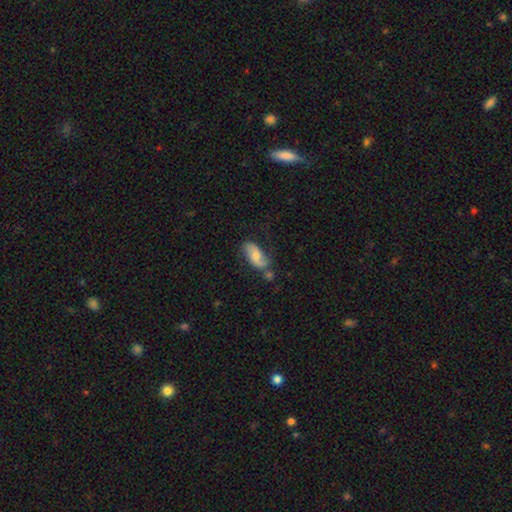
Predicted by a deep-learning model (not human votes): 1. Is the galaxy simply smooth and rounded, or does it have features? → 47% smooth, 46% featured or disk, 7% star or artifact.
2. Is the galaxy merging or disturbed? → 58% none, 24% minor disturbance, 9% merger, 9% major disturbance.